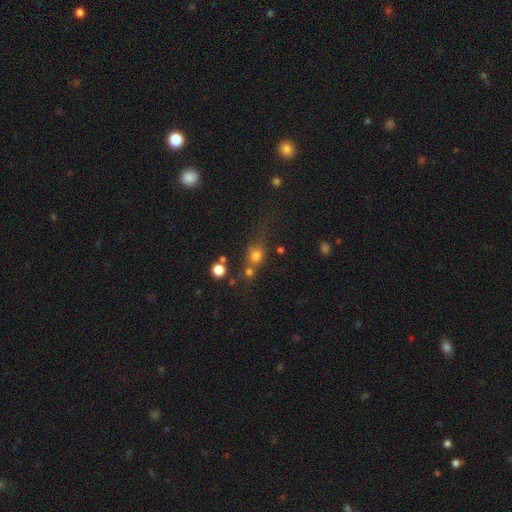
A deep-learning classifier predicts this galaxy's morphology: A smooth galaxy with no disk features (71%) that is round (75%).

Vote fractions:
- Smooth or featured? smooth: 71% / star or artifact: 18% / featured or disk: 11%
- How rounded? round: 75% / in between: 22% / cigar-shaped: 3%
- Merging? none: 49% / merger: 29% / minor disturbance: 13% / major disturbance: 9%